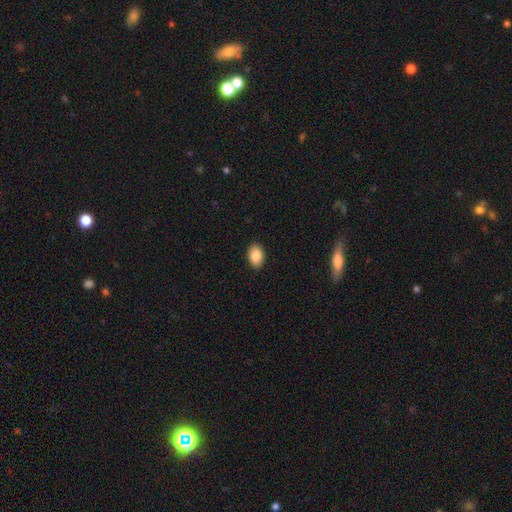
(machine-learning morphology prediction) Smooth or featured: smooth — 86% (star or artifact — 8%)
How rounded: in between — 88% (round — 11%)
Merging: none — 90% (minor disturbance — 8%)